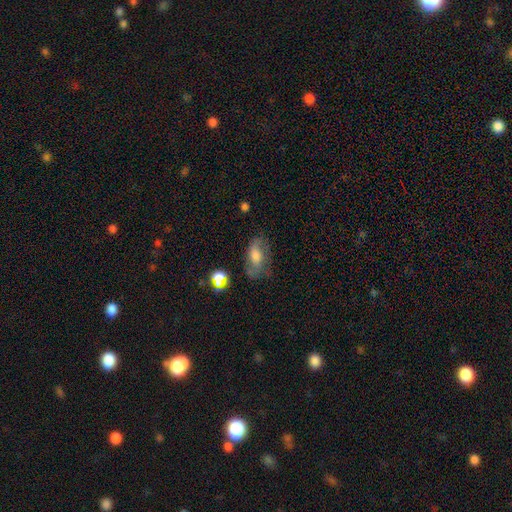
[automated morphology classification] Overall: smooth (57%; featured or disk 32%). How rounded: in between (86%). Merging: none (59%; minor disturbance 25%).